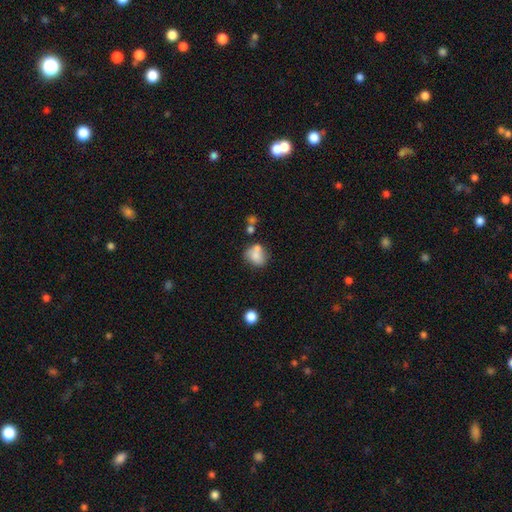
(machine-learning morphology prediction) smooth-or-featured: smooth: 74% | featured or disk: 16% | star or artifact: 10%
  how-rounded: round: 54% | in between: 45% | cigar-shaped: 1%
  merging: none: 45% | merger: 28% | minor disturbance: 19% | major disturbance: 8%